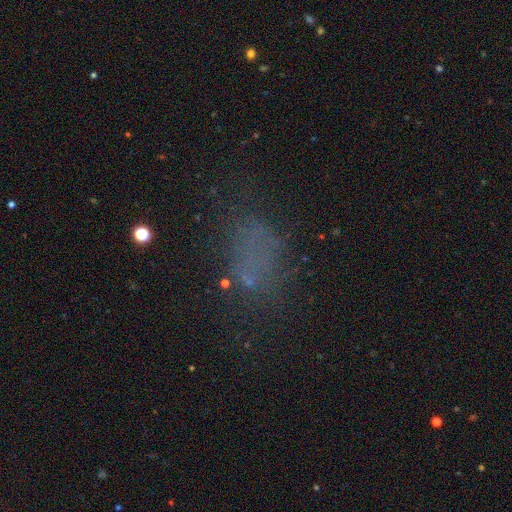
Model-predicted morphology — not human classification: Q: Smooth or featured?
A: smooth (47%); runner-up: star or artifact (30%)
Q: Merging?
A: none (55%); runner-up: major disturbance (21%)